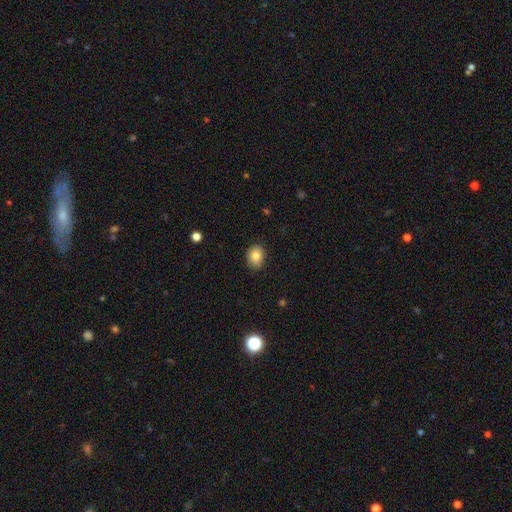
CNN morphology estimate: This is clearly a smooth galaxy (82%). How rounded: possibly in between (60%). Merging: clearly none (83%).